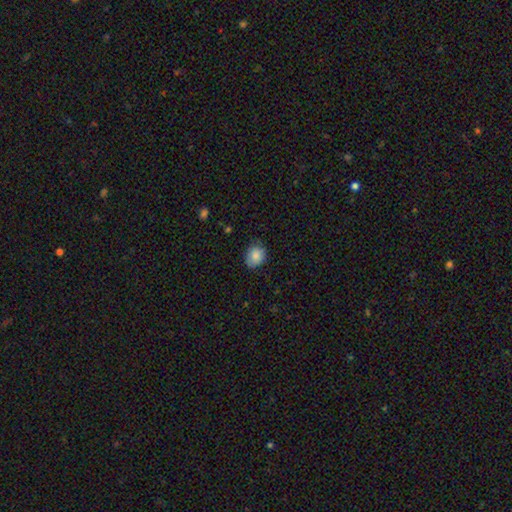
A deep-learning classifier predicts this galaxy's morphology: Overall: smooth (85%). How rounded: in between (54%; round 45%). Merging: none (74%).